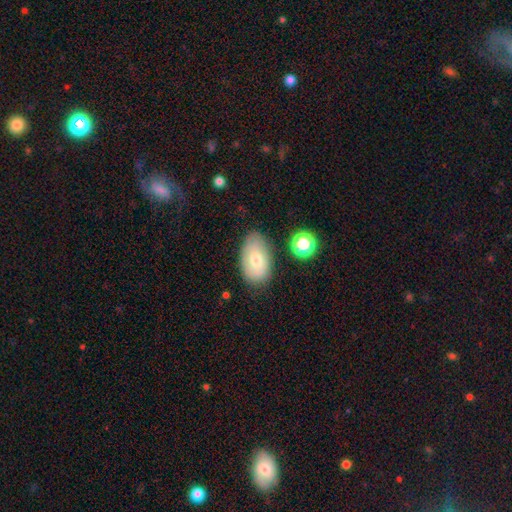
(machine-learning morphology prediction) The model was most divided on "smooth or featured": smooth: 64%, featured or disk: 27%, star or artifact: 9%. More confident: how rounded — in between (92%); merging — none (74%).